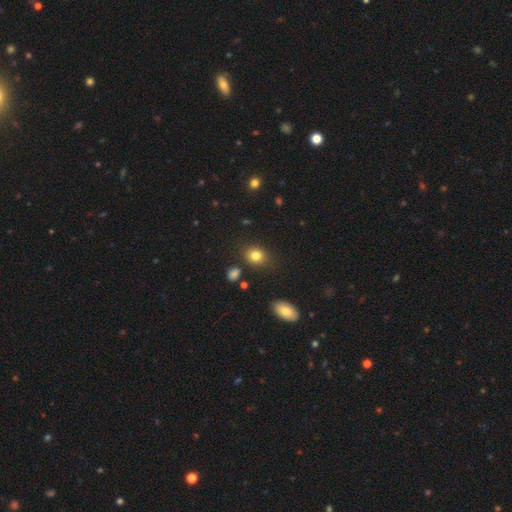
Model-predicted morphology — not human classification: Smooth or featured?
  - smooth: 82% *
  - star or artifact: 12%
  - featured or disk: 7%
How rounded?
  - round: 62% *
  - in between: 37%
  - cigar-shaped: 1%
Merging?
  - none: 81% *
  - minor disturbance: 12%
  - major disturbance: 4%
  - merger: 3%